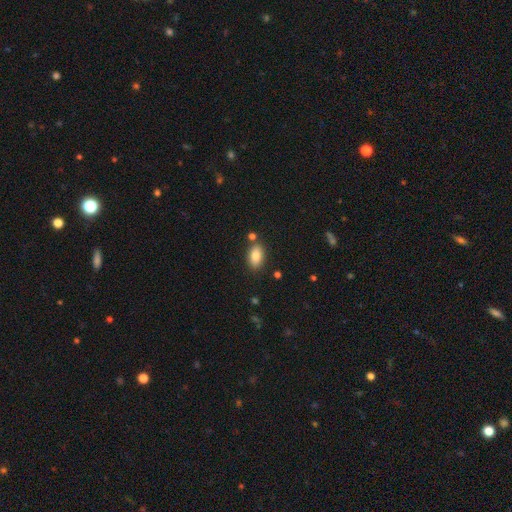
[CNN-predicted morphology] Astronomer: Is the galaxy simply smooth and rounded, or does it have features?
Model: smooth — 84%.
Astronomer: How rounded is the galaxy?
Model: in between — 92%.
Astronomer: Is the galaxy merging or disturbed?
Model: none — 81%.